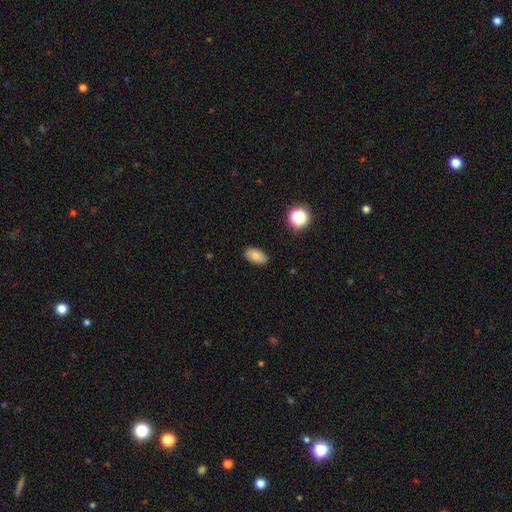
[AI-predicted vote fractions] This is likely a smooth galaxy (79%). How rounded: clearly in between (92%). Merging: clearly none (83%).